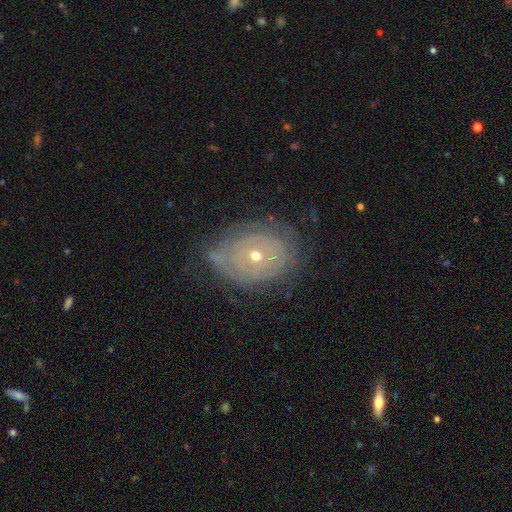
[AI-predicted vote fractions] Smooth or featured: featured or disk — 74% (smooth — 18%)
Edge-on disk: no — 96% (yes — 4%)
Bar: no — 84% (weak — 12%)
Spiral arms: yes — 66% (no — 34%)
Bulge size: small — 53% (moderate — 44%)
Merging: none — 63% (minor disturbance — 23%)